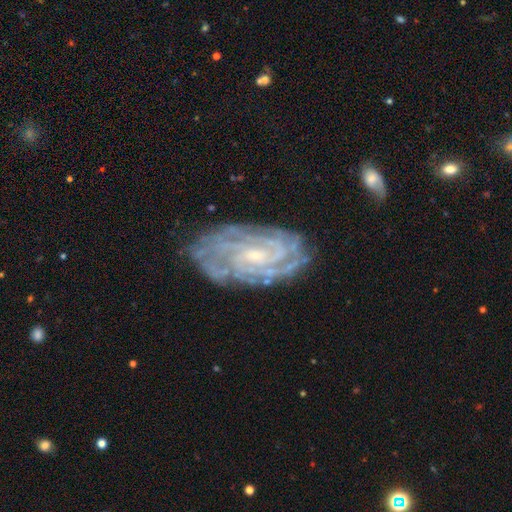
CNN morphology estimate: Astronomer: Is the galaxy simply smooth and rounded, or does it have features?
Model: featured or disk — 89%.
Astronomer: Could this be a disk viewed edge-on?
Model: no — 96%.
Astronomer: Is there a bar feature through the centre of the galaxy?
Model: no — 57% (runner-up: weak, 33%).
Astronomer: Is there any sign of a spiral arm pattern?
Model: yes — 98%.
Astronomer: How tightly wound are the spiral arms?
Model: tight — 79%.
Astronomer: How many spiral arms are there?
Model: can't tell — 26% (runner-up: 4, 25%).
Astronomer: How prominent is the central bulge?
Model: small — 76%.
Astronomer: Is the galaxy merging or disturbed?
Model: none — 76%.